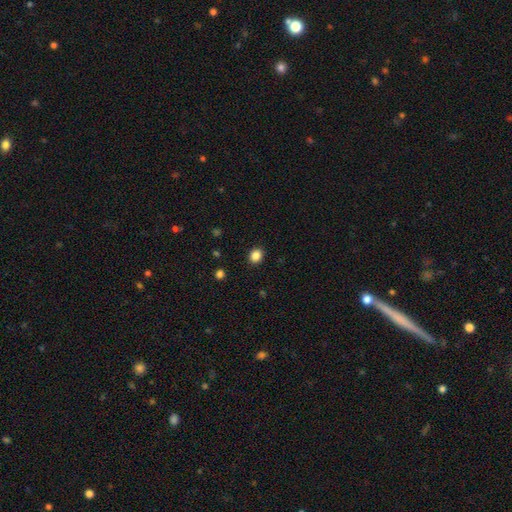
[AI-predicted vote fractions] Smooth or featured?
  - smooth: 86% *
  - star or artifact: 11%
  - featured or disk: 3%
How rounded?
  - round: 67% *
  - in between: 32%
  - cigar-shaped: 1%
Merging?
  - none: 91% *
  - minor disturbance: 6%
  - major disturbance: 2%
  - merger: 1%